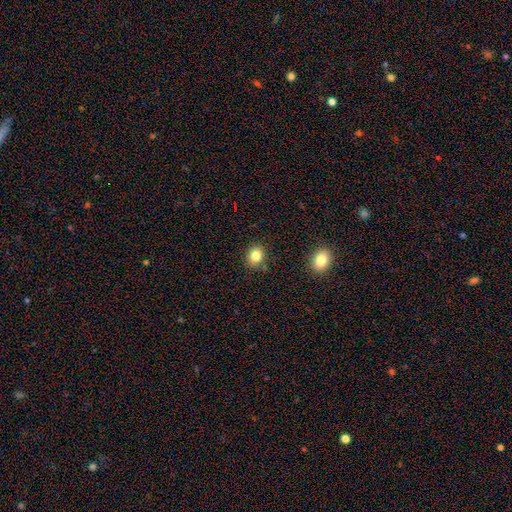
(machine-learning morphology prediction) Smooth or featured? smooth (82%)
How rounded? round (65%)
Merging? none (84%)